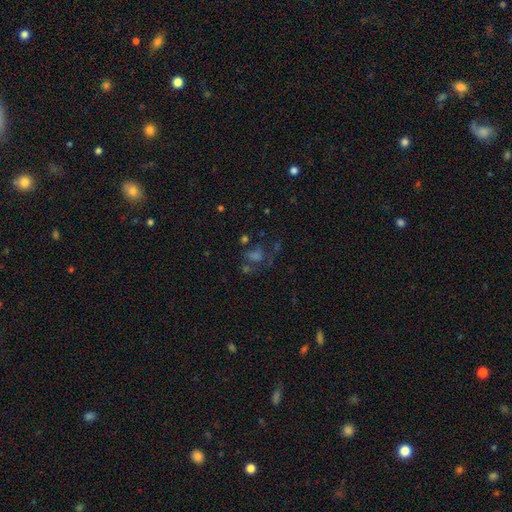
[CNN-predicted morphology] A star or artifact, not a galaxy (35%).